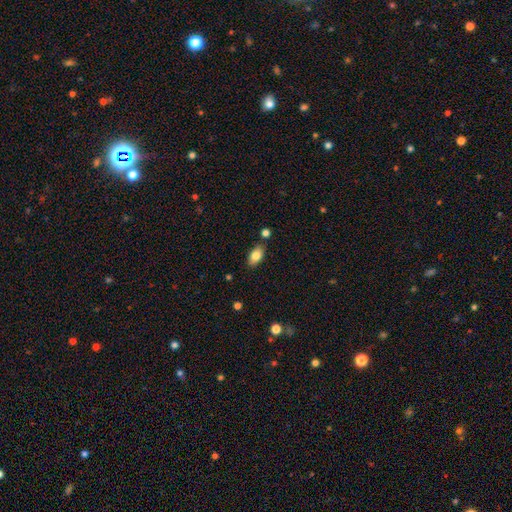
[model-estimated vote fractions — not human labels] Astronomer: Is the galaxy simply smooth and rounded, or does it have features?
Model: smooth — 82%.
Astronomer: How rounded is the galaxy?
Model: in between — 91%.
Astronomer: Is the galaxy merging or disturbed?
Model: none — 81%.